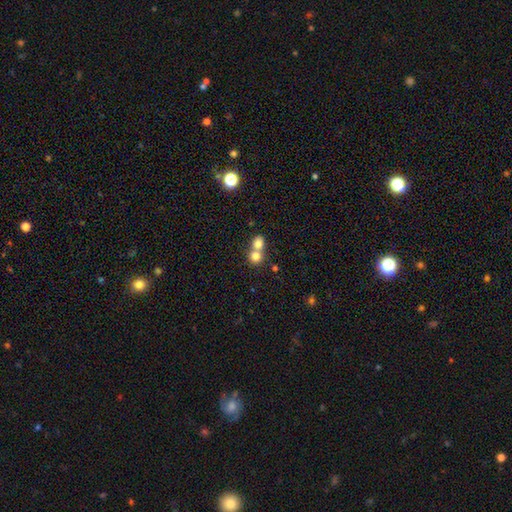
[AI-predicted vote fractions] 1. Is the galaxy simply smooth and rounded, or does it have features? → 77% smooth, 11% featured or disk, 11% star or artifact.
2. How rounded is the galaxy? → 78% round, 21% in between, 1% cigar-shaped.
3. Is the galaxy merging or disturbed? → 61% merger, 32% none, 4% minor disturbance, 2% major disturbance.